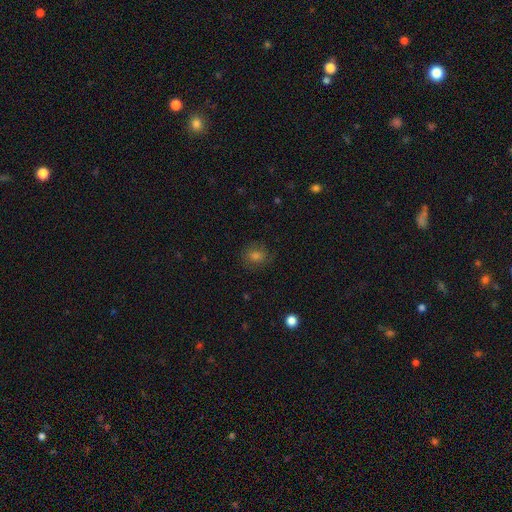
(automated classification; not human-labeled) smooth 65%, star or artifact 21%, featured or disk 15%. Down the decision tree: how rounded — round (76%); merging — none (83%).